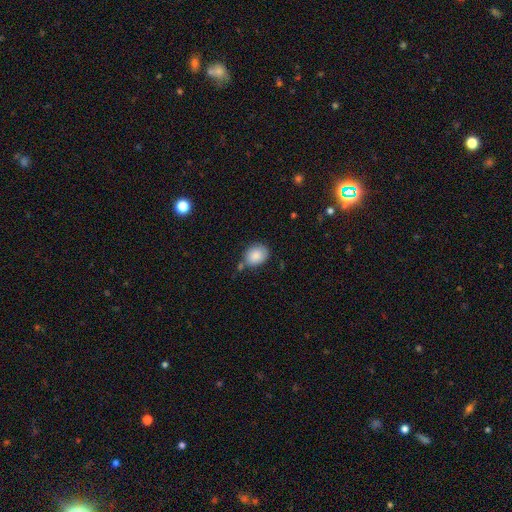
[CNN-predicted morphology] The model was most divided on "how rounded": in between: 53%, round: 46%, cigar-shaped: 1%. More confident: smooth or featured — smooth (86%); merging — none (67%).